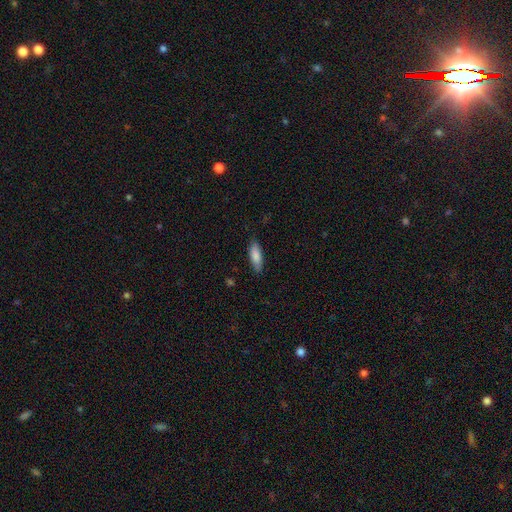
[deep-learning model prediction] The model was most divided on "how rounded": in between: 60%, cigar-shaped: 38%, round: 2%. More confident: smooth or featured — smooth (85%); merging — none (83%).